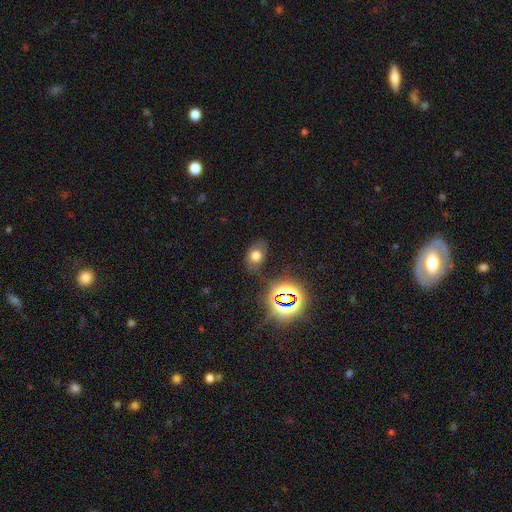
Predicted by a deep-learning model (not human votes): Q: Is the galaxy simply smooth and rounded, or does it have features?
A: smooth — 61%.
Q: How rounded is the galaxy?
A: in between — 76%.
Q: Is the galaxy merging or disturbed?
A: none — 75%.